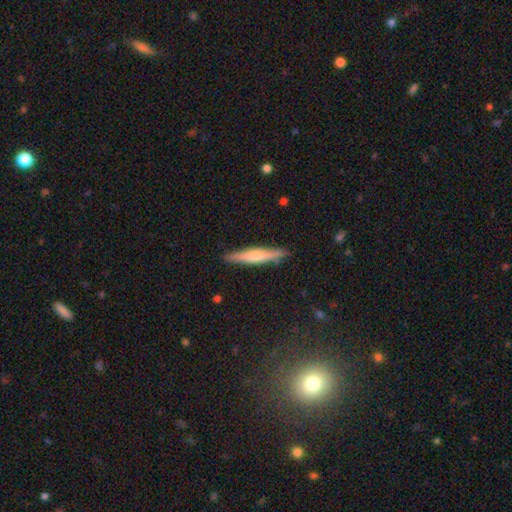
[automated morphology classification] A featured or disk galaxy (48%).

Vote fractions:
- Smooth or featured? featured or disk: 48% / smooth: 46% / star or artifact: 6%
- Merging? none: 89% / minor disturbance: 8% / major disturbance: 2% / merger: 1%